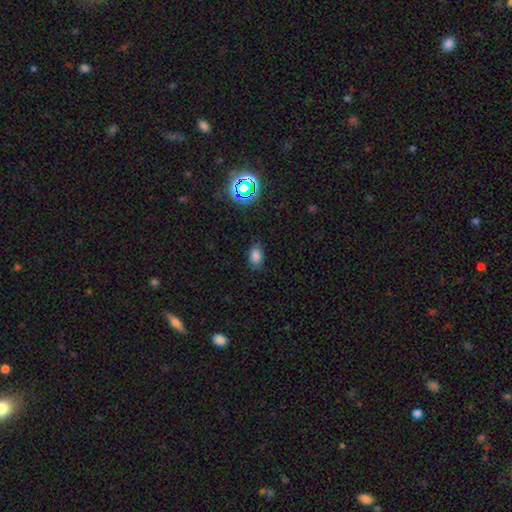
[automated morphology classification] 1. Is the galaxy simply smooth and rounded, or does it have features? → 78% smooth, 15% star or artifact, 6% featured or disk.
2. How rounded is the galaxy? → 84% in between, 15% round, 1% cigar-shaped.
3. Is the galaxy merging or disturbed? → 76% none, 18% minor disturbance, 4% major disturbance, 1% merger.